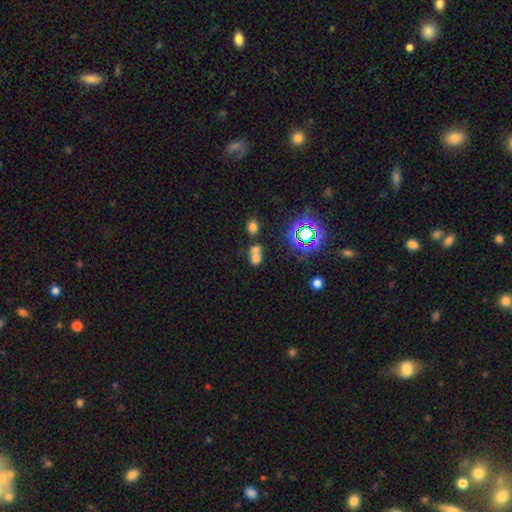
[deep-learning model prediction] Overall: smooth (62%; star or artifact 22%). How rounded: round (53%; in between 45%). Merging: merger (61%; none 27%).